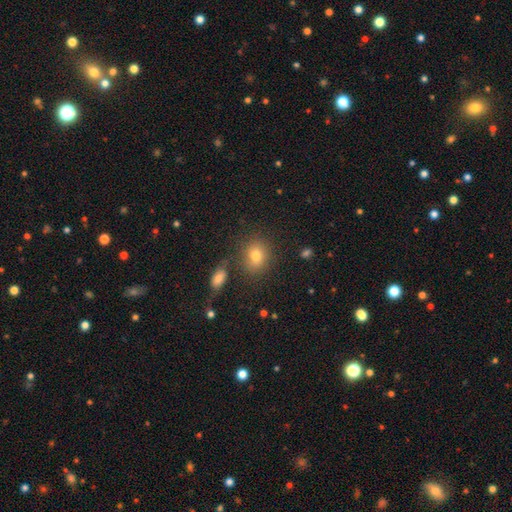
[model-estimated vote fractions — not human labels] A smooth galaxy with no disk features (77%) that is round (61%). Merging: none (75%).